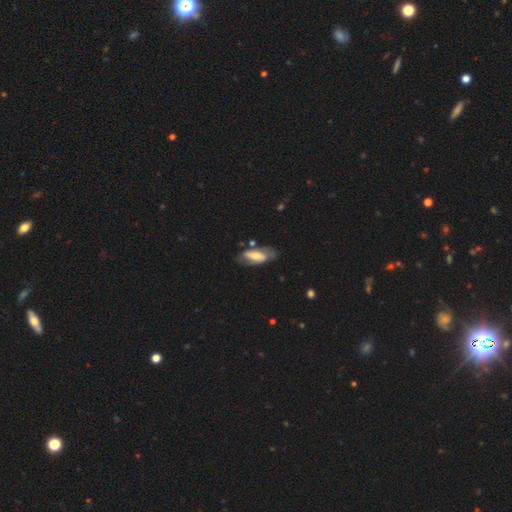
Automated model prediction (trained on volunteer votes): Smooth or featured? Predicted: featured or disk (p=0.56). Edge-on disk? Predicted: no (p=0.84). Merging? Predicted: none (p=0.64).